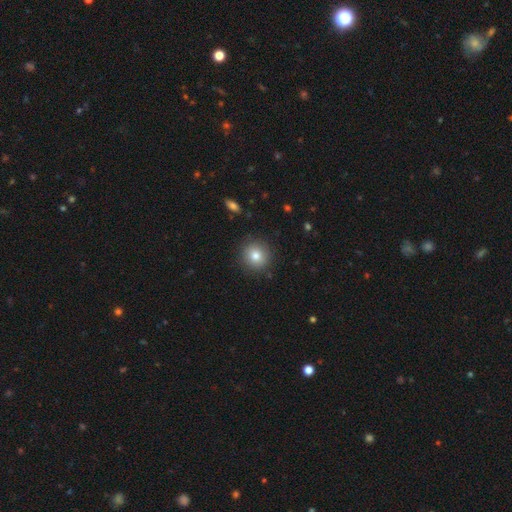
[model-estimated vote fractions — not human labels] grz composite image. It shows a smooth galaxy with no disk features (79%) that is round (92%). Merging: none (89%).